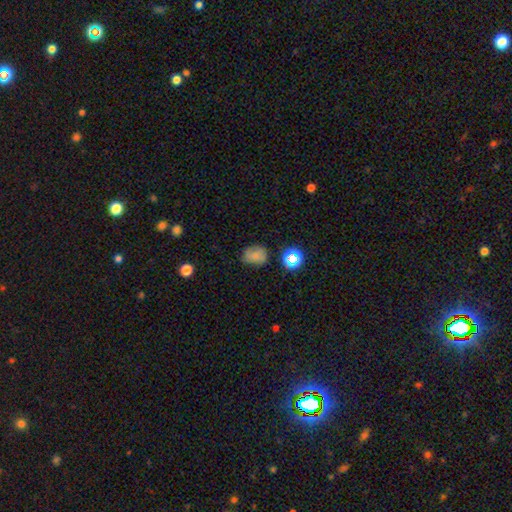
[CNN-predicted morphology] Q: Smooth or featured?
A: smooth (70%); runner-up: star or artifact (17%)
Q: How rounded?
A: in between (50%); runner-up: round (48%)
Q: Merging?
A: none (63%); runner-up: minor disturbance (26%)